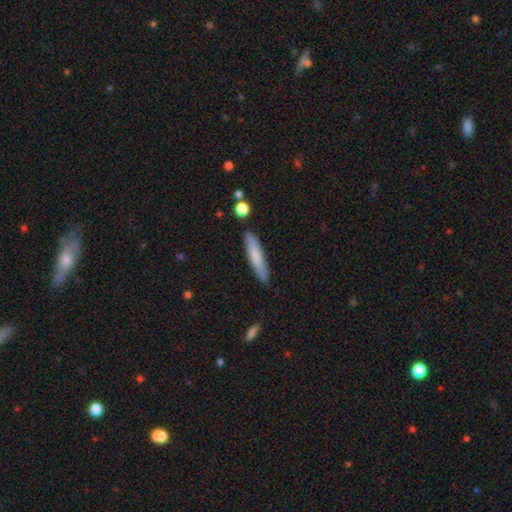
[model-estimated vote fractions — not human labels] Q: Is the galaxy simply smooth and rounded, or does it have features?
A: smooth — 73%.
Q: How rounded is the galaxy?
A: cigar-shaped — 87%.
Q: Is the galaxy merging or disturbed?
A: none — 86%.